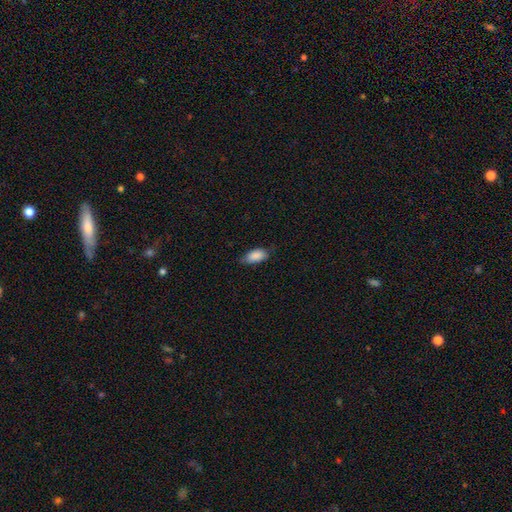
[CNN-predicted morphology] Smooth or featured?
  - smooth: 88% *
  - star or artifact: 6%
  - featured or disk: 6%
How rounded?
  - in between: 92% *
  - cigar-shaped: 6%
  - round: 3%
Merging?
  - none: 70% *
  - minor disturbance: 24%
  - major disturbance: 4%
  - merger: 1%